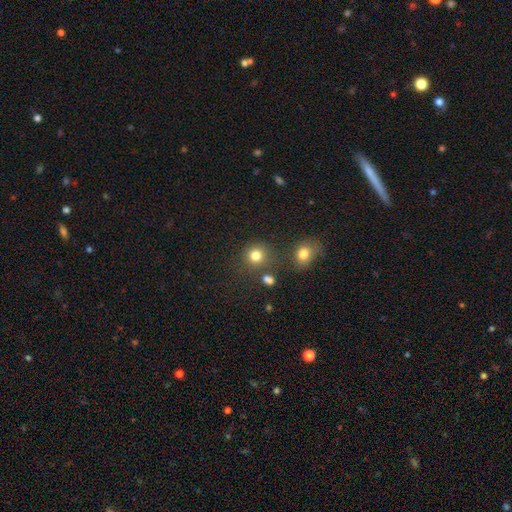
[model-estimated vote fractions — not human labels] smooth-or-featured: smooth: 80% | star or artifact: 14% | featured or disk: 6%
  how-rounded: round: 86% | in between: 13% | cigar-shaped: 1%
  merging: none: 74% | merger: 11% | minor disturbance: 10% | major disturbance: 5%